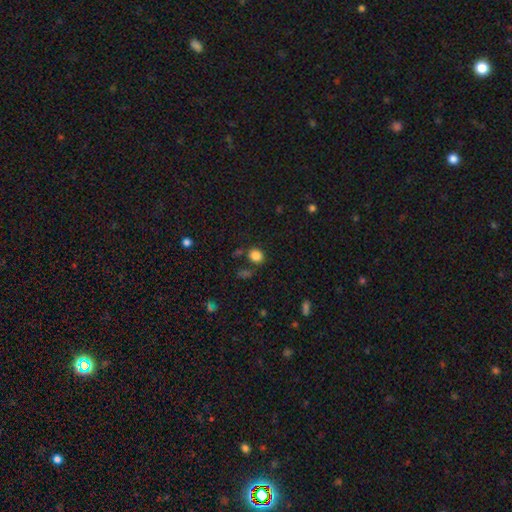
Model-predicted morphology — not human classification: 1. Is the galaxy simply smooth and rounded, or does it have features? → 83% smooth, 13% star or artifact, 4% featured or disk.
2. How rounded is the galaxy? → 70% round, 29% in between, 1% cigar-shaped.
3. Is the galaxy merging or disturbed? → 75% none, 13% minor disturbance, 7% merger, 5% major disturbance.